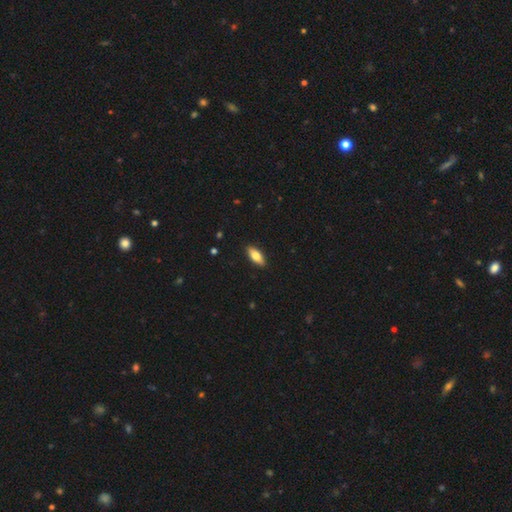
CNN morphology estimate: smooth-or-featured: smooth: 76% | featured or disk: 18% | star or artifact: 6%
  how-rounded: in between: 78% | cigar-shaped: 19% | round: 2%
  merging: none: 90% | minor disturbance: 8% | major disturbance: 2% | merger: 1%